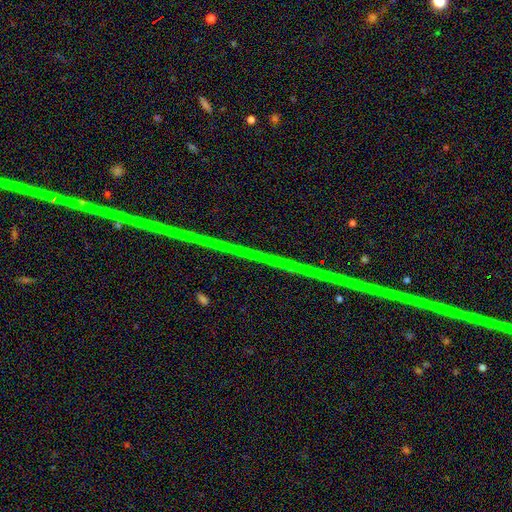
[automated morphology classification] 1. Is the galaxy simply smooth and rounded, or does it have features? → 78% star or artifact, 14% featured or disk, 8% smooth.